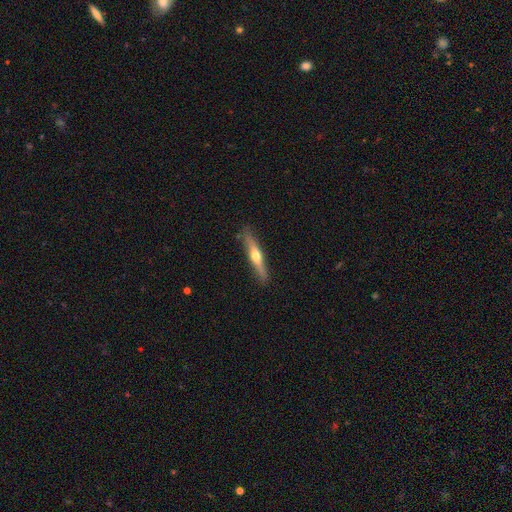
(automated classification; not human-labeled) Smooth or featured: featured or disk — 57% (smooth — 38%)
Edge-on disk: yes — 94% (no — 6%)
Edge-on bulge: rounded — 91% (none — 6%)
Merging: none — 86% (minor disturbance — 11%)